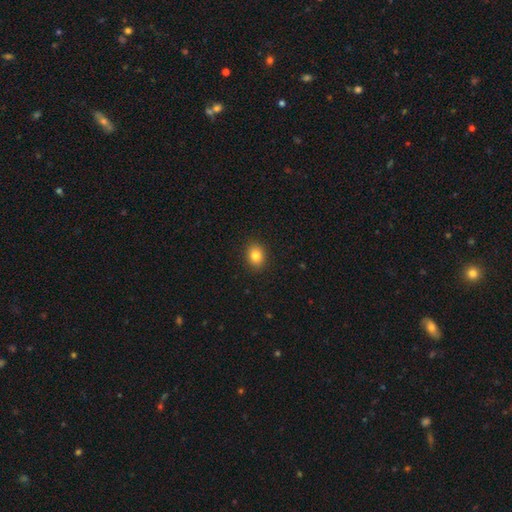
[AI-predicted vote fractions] The model was most divided on "how rounded": round: 55%, in between: 44%, cigar-shaped: 1%. More confident: merging — none (91%); smooth or featured — smooth (82%).